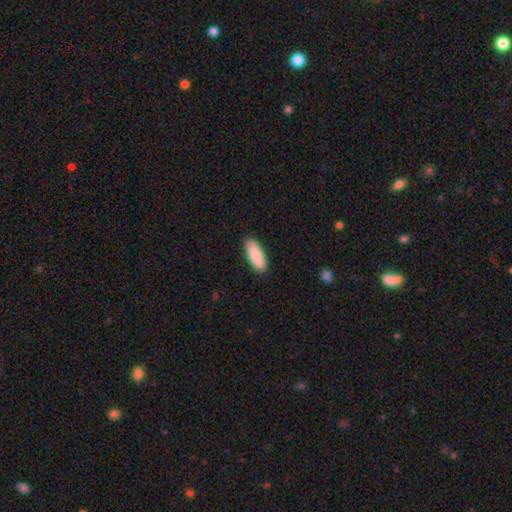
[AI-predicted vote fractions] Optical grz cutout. It shows a smooth galaxy with no disk features (89%) that is in between round and cigar-shaped (80%). Merging: none (87%).